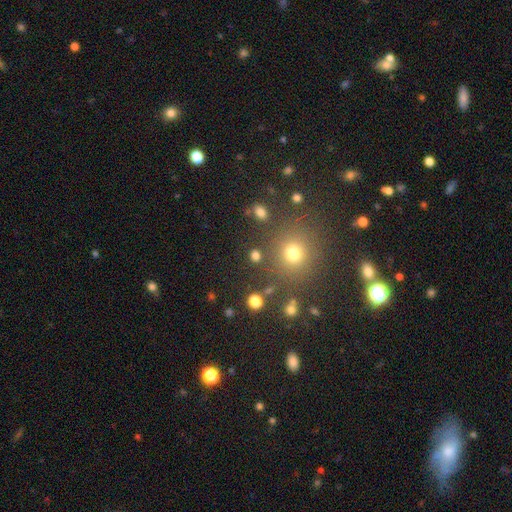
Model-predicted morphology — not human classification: smooth-or-featured: smooth: 74% | star or artifact: 20% | featured or disk: 6%
  how-rounded: round: 81% | in between: 18% | cigar-shaped: 1%
  merging: none: 80% | merger: 8% | minor disturbance: 8% | major disturbance: 4%